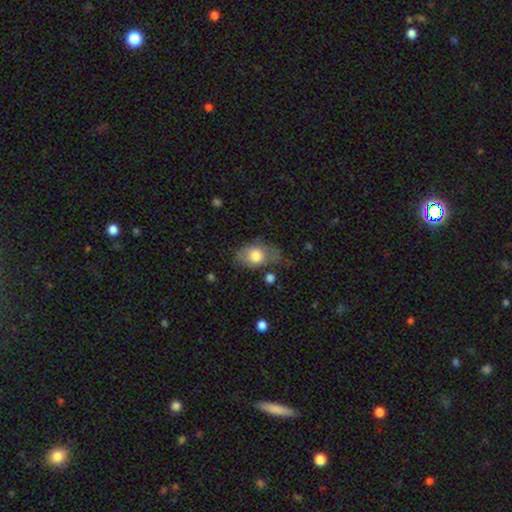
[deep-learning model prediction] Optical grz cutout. It shows a smooth galaxy with no disk features (72%) that is in between round and cigar-shaped (75%). Merging: none (44%).